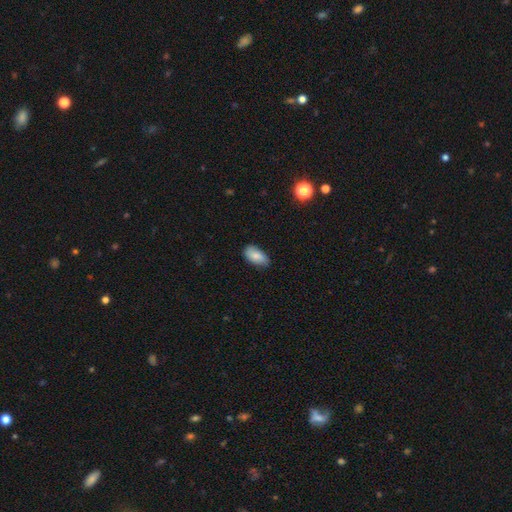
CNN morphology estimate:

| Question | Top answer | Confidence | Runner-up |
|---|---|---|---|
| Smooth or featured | smooth | 83% | featured or disk (10%) |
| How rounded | in between | 93% | cigar-shaped (4%) |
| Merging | none | 76% | minor disturbance (20%) |